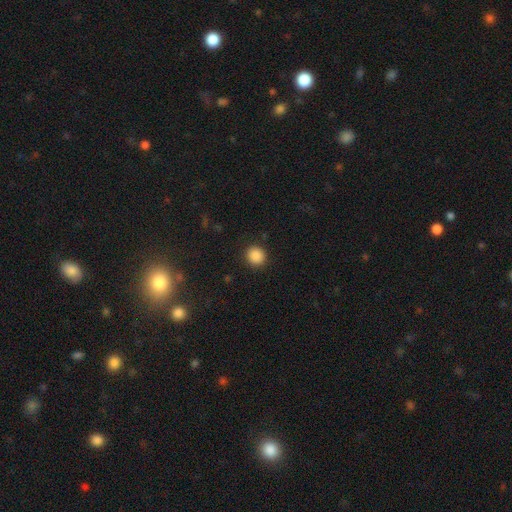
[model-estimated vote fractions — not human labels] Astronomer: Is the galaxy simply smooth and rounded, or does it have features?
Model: smooth — 88%.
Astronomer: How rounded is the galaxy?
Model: round — 88%.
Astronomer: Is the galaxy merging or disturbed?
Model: none — 90%.